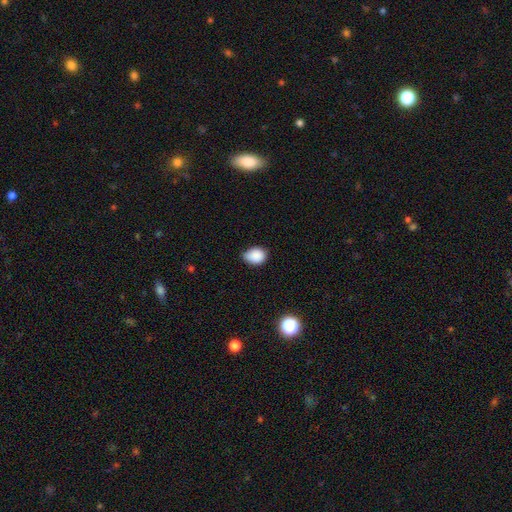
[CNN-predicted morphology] This appears to be a smooth galaxy with no disk features (87%) that is in between round and cigar-shaped (62%). Merging: none (63%).